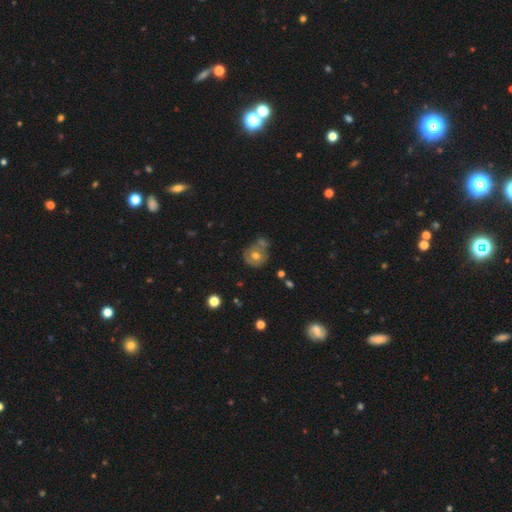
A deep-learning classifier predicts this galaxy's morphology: Smooth or featured: smooth — 59% (featured or disk — 31%)
How rounded: round — 78% (in between — 21%)
Merging: none — 44% (merger — 28%)